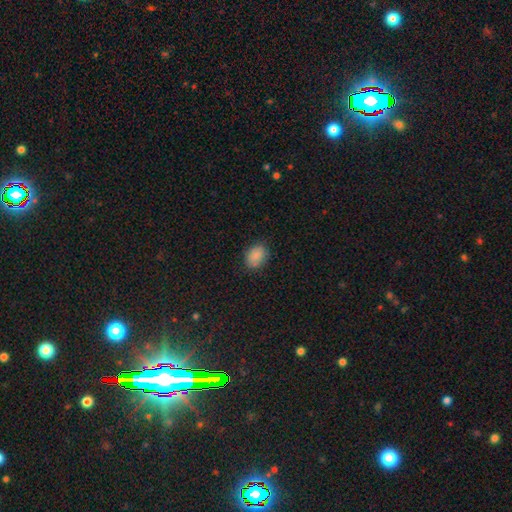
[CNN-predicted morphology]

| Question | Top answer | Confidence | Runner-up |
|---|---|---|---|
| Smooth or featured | smooth | 86% | star or artifact (9%) |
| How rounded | in between | 69% | round (30%) |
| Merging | none | 81% | minor disturbance (15%) |